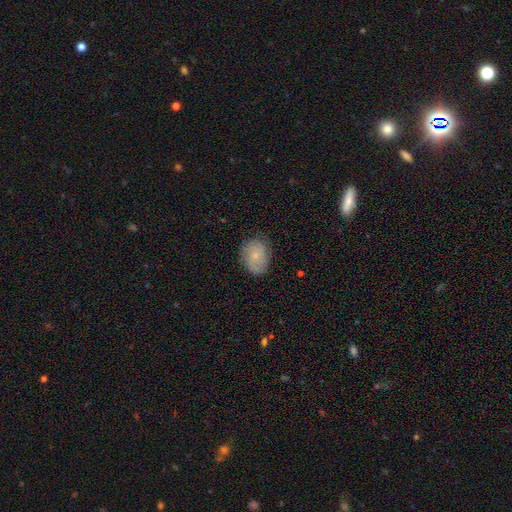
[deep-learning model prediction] A smooth galaxy with no disk features (58%) that is in between round and cigar-shaped (63%). Merging: none (76%).